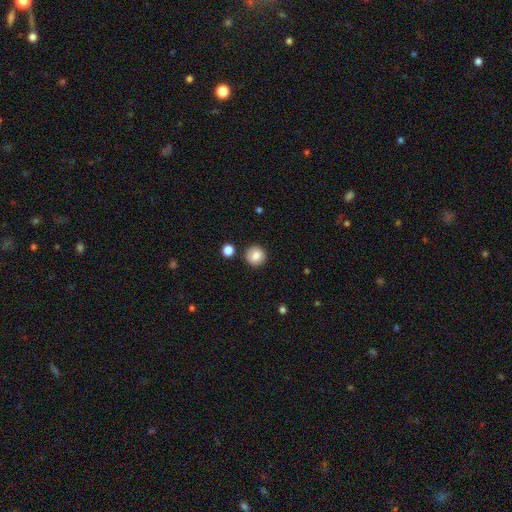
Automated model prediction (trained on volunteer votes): Smooth or featured? smooth (84%)
How rounded? round (93%)
Merging? none (88%)